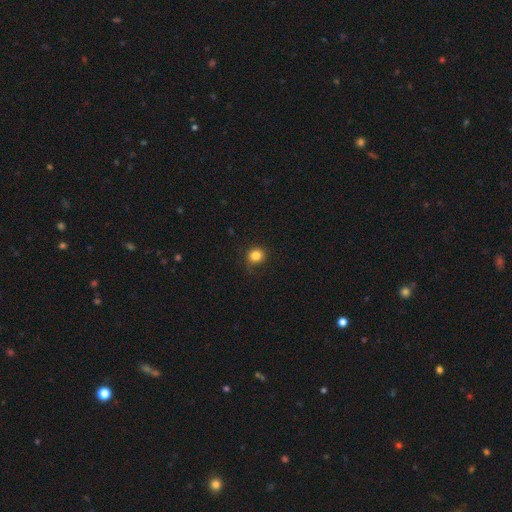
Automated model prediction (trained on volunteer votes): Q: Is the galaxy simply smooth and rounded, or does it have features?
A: smooth — 83%.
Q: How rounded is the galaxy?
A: round — 88%.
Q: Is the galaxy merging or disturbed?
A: none — 86%.